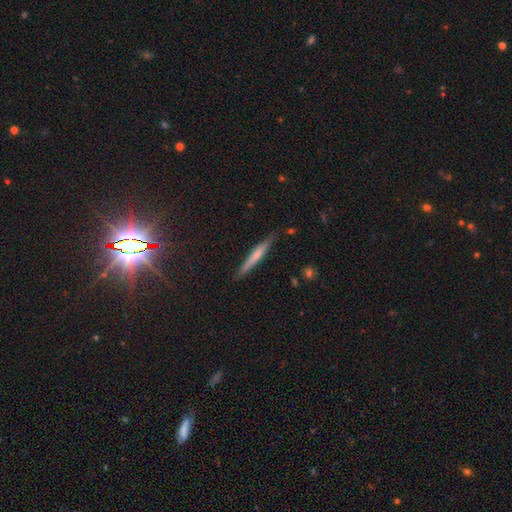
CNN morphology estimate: This is possibly a smooth galaxy (54%). How rounded: clearly cigar-shaped (95%). Merging: clearly none (85%).